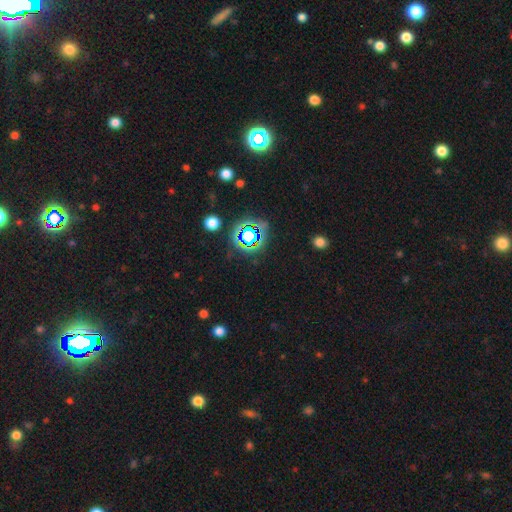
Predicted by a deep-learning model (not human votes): A star or artifact, not a galaxy (75%).